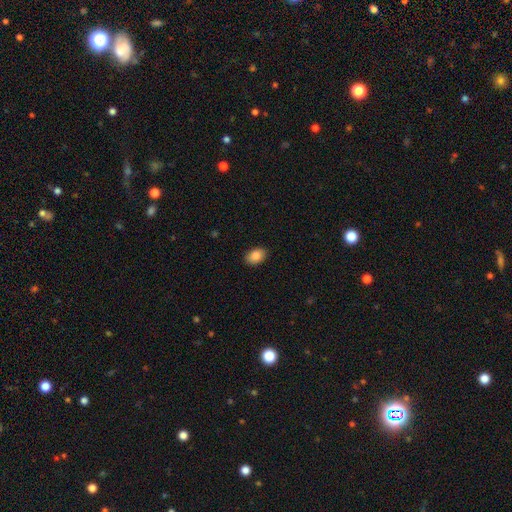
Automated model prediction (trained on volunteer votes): Overall: smooth (87%). How rounded: in between (84%). Merging: none (89%).